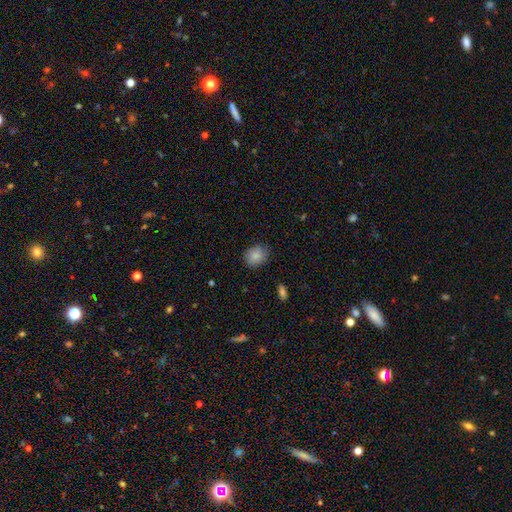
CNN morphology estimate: This is clearly a smooth galaxy (83%). How rounded: likely round (62%). Merging: likely none (78%).